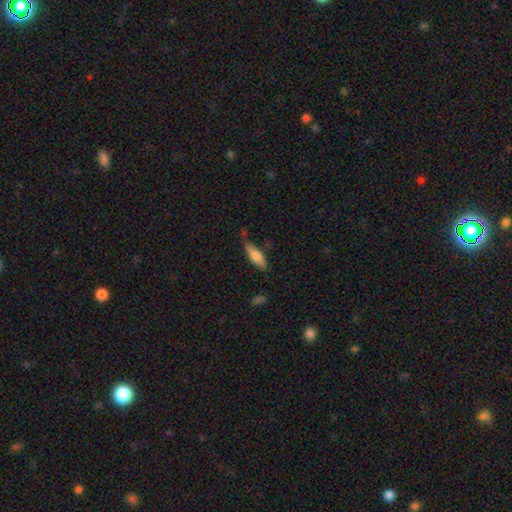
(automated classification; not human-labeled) This is likely a smooth galaxy (69%). How rounded: possibly cigar-shaped (58%). Merging: likely none (66%).